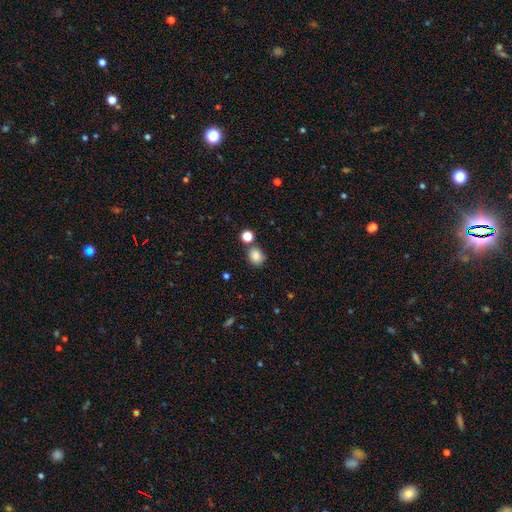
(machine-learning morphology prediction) A smooth galaxy with no disk features (85%) that is round (66%).

Vote fractions:
- Smooth or featured? smooth: 85% / star or artifact: 11% / featured or disk: 5%
- How rounded? round: 66% / in between: 33% / cigar-shaped: 1%
- Merging? none: 71% / merger: 13% / minor disturbance: 12% / major disturbance: 4%